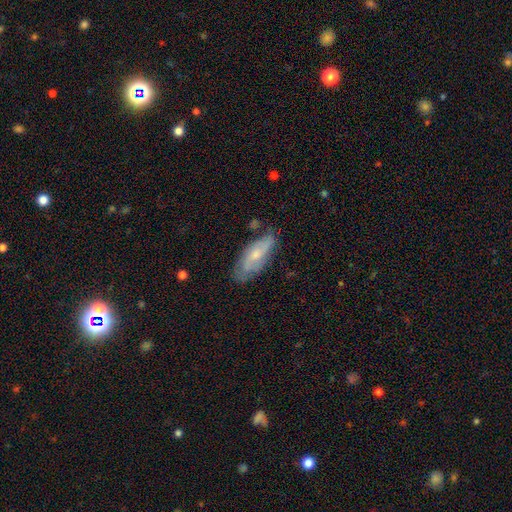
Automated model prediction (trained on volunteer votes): featured or disk 56%, smooth 37%, star or artifact 7%. Down the decision tree: edge-on disk — no (84%); merging — none (66%).